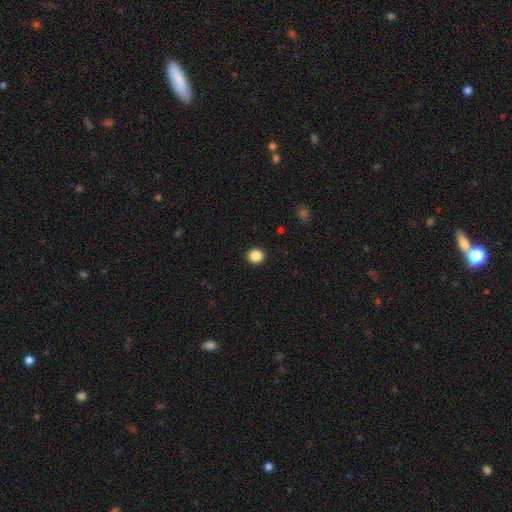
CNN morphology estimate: Smooth or featured? smooth (86%)
How rounded? round (90%)
Merging? none (93%)